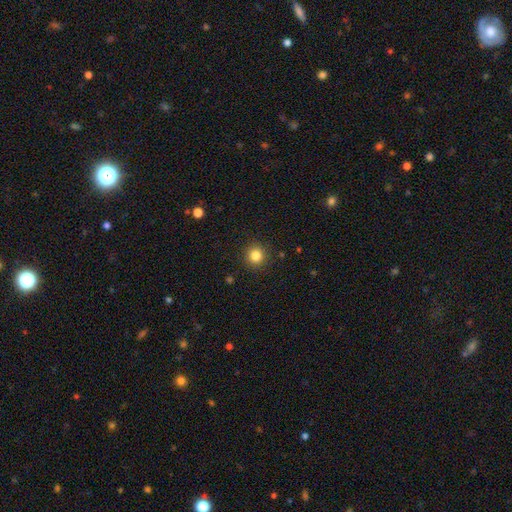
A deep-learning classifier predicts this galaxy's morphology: smooth-or-featured: smooth: 83% | star or artifact: 12% | featured or disk: 5%
  how-rounded: round: 94% | in between: 5% | cigar-shaped: 1%
  merging: none: 91% | minor disturbance: 6% | major disturbance: 2% | merger: 1%